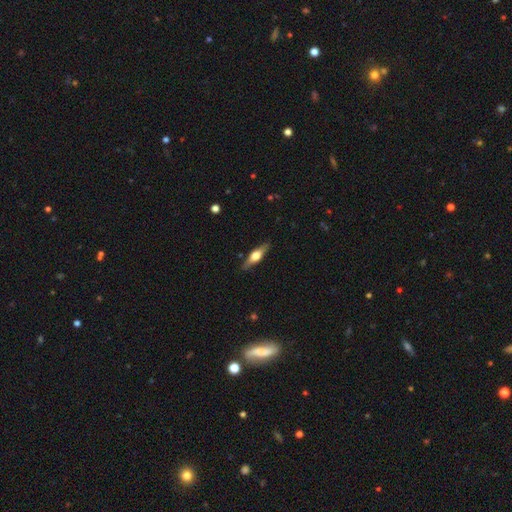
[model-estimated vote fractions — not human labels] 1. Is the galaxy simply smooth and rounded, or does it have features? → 63% featured or disk, 31% smooth, 6% star or artifact.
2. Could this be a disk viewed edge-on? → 95% yes, 5% no.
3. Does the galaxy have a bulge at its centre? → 92% rounded, 6% boxy, 2% none.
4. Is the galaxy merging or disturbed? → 88% none, 9% minor disturbance, 2% major disturbance, 1% merger.